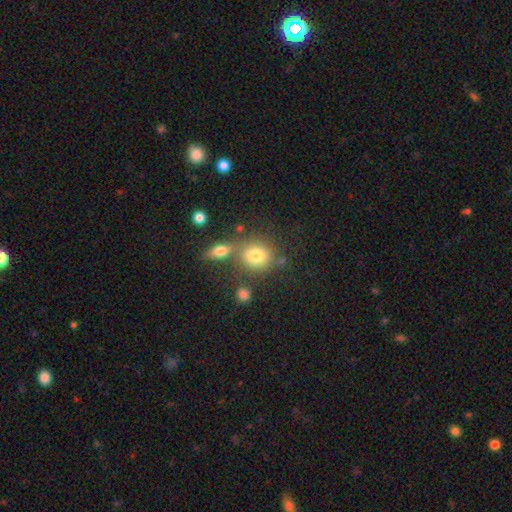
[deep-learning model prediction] Smooth or featured? Predicted: smooth (p=0.76). How rounded? Predicted: round (p=0.74). Merging? Predicted: none (p=0.58).